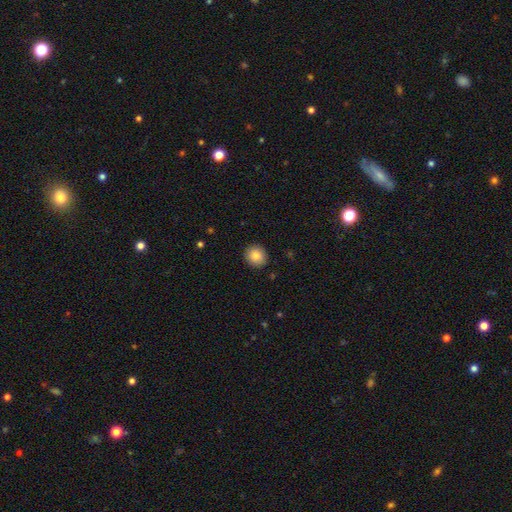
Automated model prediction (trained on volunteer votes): The model was most divided on "how rounded": round: 87%, in between: 12%, cigar-shaped: 1%. More confident: merging — none (91%); smooth or featured — smooth (85%).